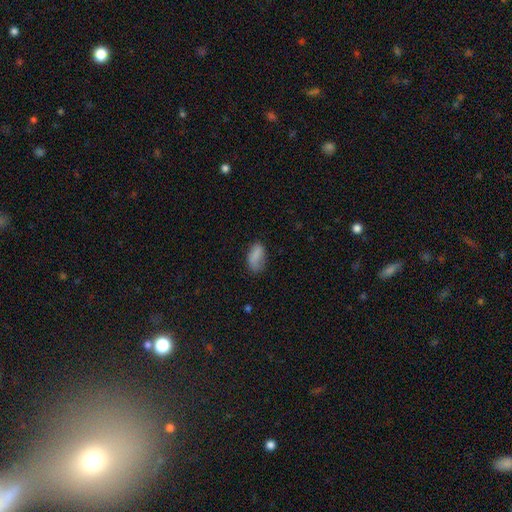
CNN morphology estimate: Smooth or featured?
  - smooth: 82% *
  - featured or disk: 9%
  - star or artifact: 9%
How rounded?
  - in between: 92% *
  - round: 4%
  - cigar-shaped: 4%
Merging?
  - none: 64% *
  - minor disturbance: 27%
  - major disturbance: 8%
  - merger: 2%